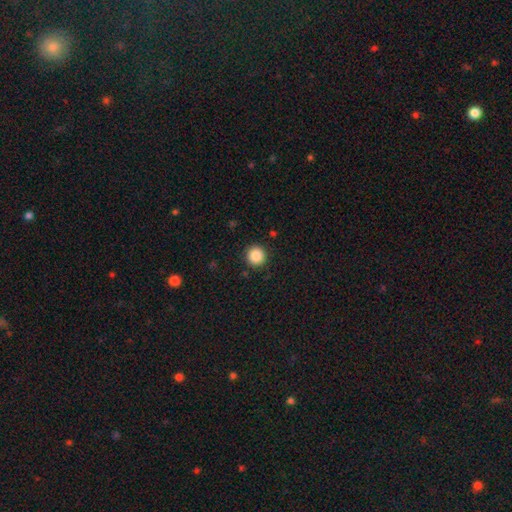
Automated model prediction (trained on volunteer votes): Smooth or featured?
  - smooth: 87% *
  - star or artifact: 10%
  - featured or disk: 3%
How rounded?
  - round: 95% *
  - in between: 4%
  - cigar-shaped: 1%
Merging?
  - none: 91% *
  - minor disturbance: 6%
  - major disturbance: 2%
  - merger: 1%